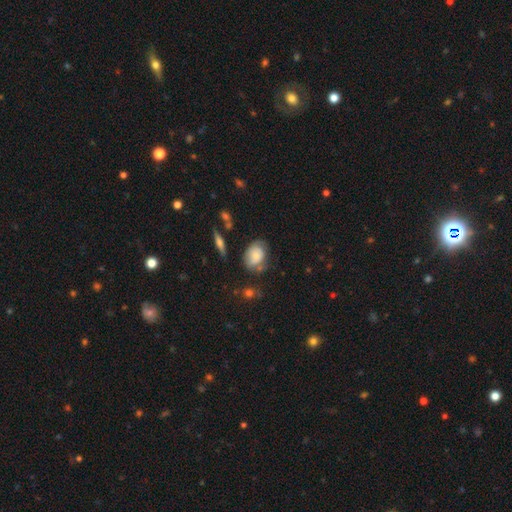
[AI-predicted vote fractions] smooth 64%, featured or disk 27%, star or artifact 8%. Down the decision tree: how rounded — in between (71%); merging — none (55%).